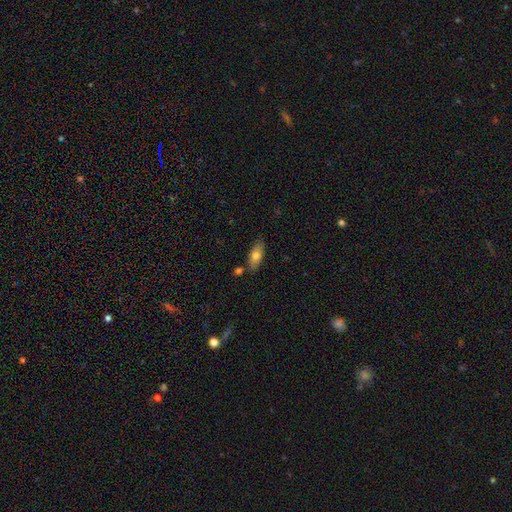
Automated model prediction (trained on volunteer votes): Smooth or featured?
  - smooth: 71% *
  - featured or disk: 22%
  - star or artifact: 7%
How rounded?
  - in between: 79% *
  - cigar-shaped: 18%
  - round: 3%
Merging?
  - none: 77% *
  - minor disturbance: 13%
  - merger: 7%
  - major disturbance: 3%